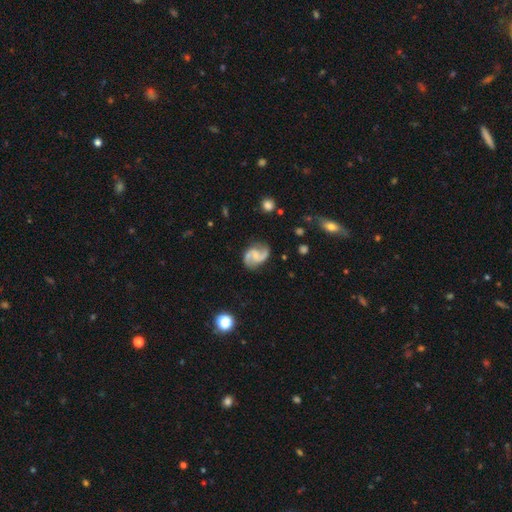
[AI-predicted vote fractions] Smooth or featured?
  - featured or disk: 86% *
  - smooth: 9%
  - star or artifact: 5%
Edge-on disk?
  - no: 98% *
  - yes: 2%
Bar?
  - no: 44% *
  - weak: 43%
  - strong: 12%
Spiral arms?
  - yes: 97% *
  - no: 3%
Spiral winding?
  - loose: 49% *
  - medium: 41%
  - tight: 10%
Spiral arm count?
  - 2: 93% *
  - can't tell: 2%
  - 1: 2%
  - 3: 1%
  - 4: 1%
  - more than 4: 1%
Bulge size?
  - none: 40% *
  - small: 38%
  - moderate: 18%
  - large: 2%
  - dominant: 1%
Merging?
  - none: 76% *
  - minor disturbance: 16%
  - major disturbance: 6%
  - merger: 3%